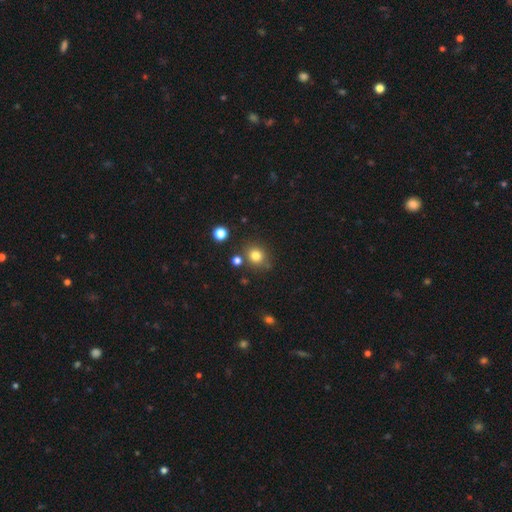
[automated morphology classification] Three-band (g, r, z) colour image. It shows a smooth galaxy with no disk features (80%) that is round (75%). Merging: none (76%).